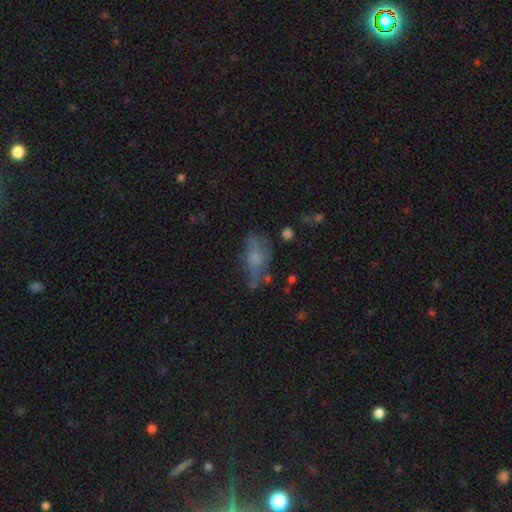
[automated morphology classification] Smooth or featured?
  - smooth: 54% *
  - featured or disk: 34%
  - star or artifact: 12%
How rounded?
  - in between: 77% *
  - cigar-shaped: 17%
  - round: 6%
Merging?
  - none: 47% *
  - minor disturbance: 28%
  - major disturbance: 18%
  - merger: 7%